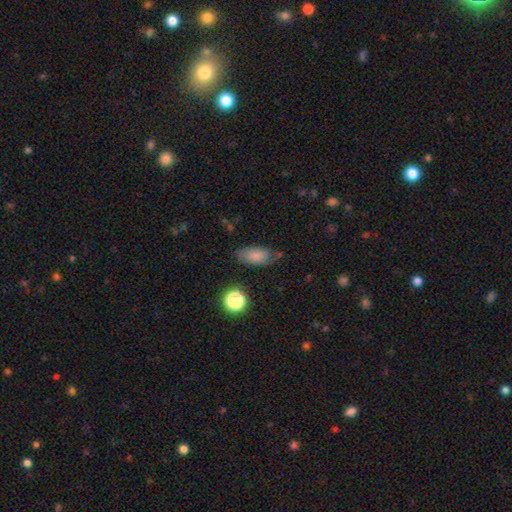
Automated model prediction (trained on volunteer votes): A smooth galaxy with no disk features (77%) that is in between round and cigar-shaped (89%). Merging: none (68%).